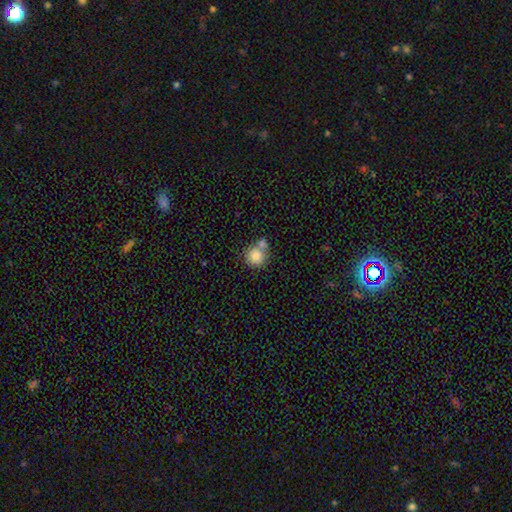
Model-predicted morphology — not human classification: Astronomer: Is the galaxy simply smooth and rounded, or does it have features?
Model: smooth — 82%.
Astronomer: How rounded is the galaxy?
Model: round — 90%.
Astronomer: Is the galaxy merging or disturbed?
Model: none — 51% (runner-up: merger, 36%).